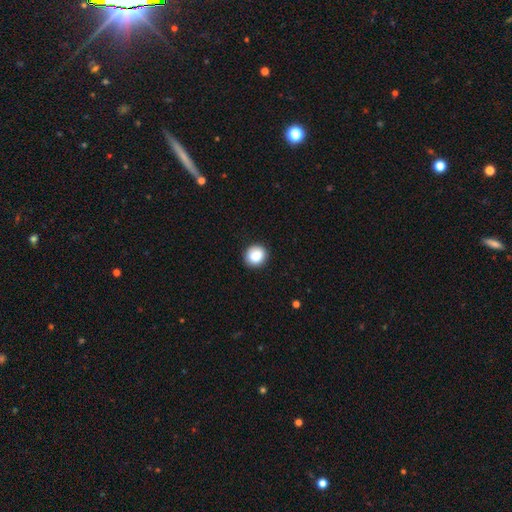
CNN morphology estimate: type=smooth (88%); roundness=round (87%); merging=none (90%).